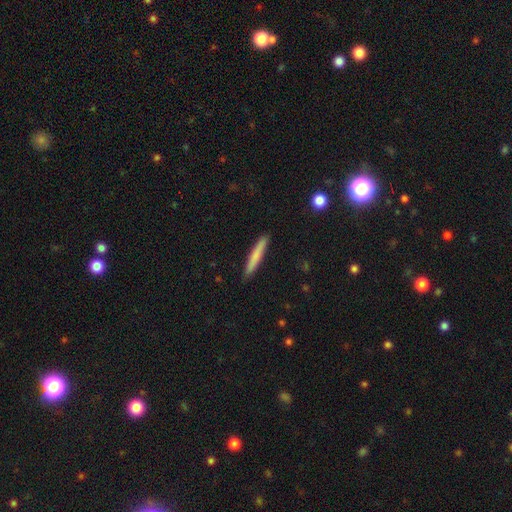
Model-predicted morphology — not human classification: A smooth galaxy with no disk features (74%) that is cigar-shaped (95%).

Vote fractions:
- Smooth or featured? smooth: 74% / featured or disk: 20% / star or artifact: 5%
- How rounded? cigar-shaped: 95% / in between: 4% / round: 1%
- Merging? none: 90% / minor disturbance: 7% / major disturbance: 1% / merger: 1%